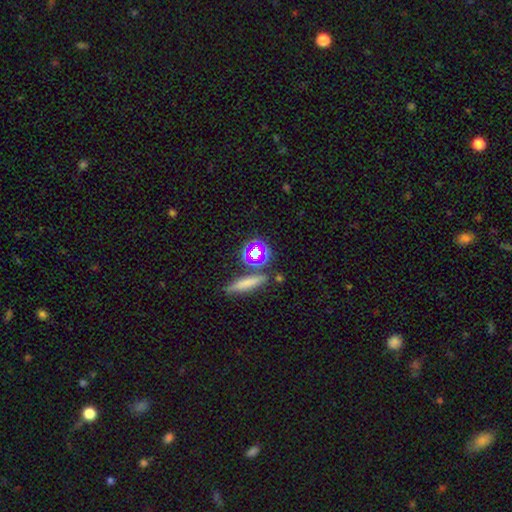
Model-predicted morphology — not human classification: Smooth or featured?
  - smooth: 50% *
  - star or artifact: 35%
  - featured or disk: 15%
How rounded?
  - round: 58% *
  - in between: 26%
  - cigar-shaped: 15%
Merging?
  - none: 75% *
  - merger: 10%
  - minor disturbance: 10%
  - major disturbance: 4%